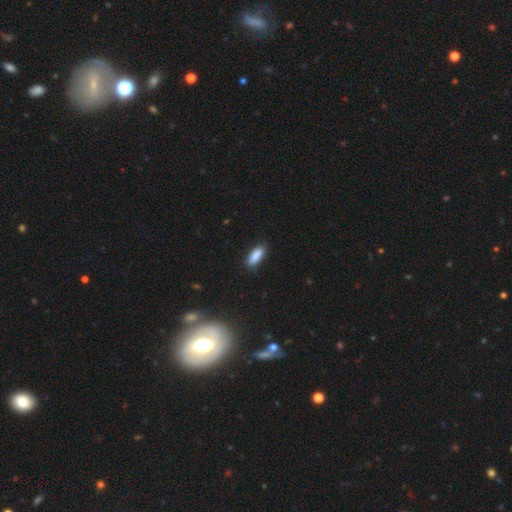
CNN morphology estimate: smooth_or_featured: smooth (p=0.87) [alt: star or artifact p=0.07]
how_rounded: in between (p=0.65) [alt: cigar-shaped p=0.33]
merging: none (p=0.85) [alt: minor disturbance p=0.12]